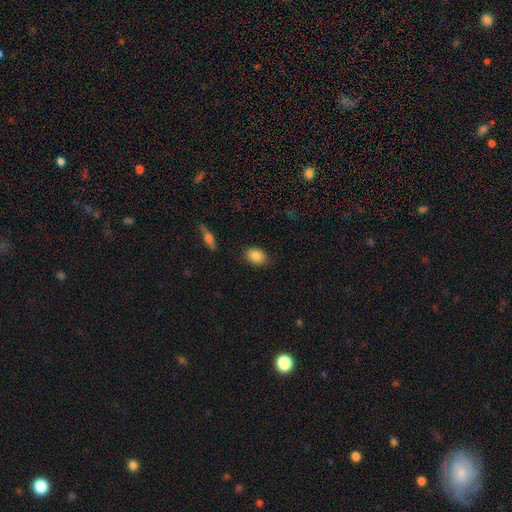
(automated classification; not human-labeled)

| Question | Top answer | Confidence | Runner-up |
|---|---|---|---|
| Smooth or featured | smooth | 87% | star or artifact (8%) |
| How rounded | in between | 77% | round (22%) |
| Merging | none | 81% | minor disturbance (14%) |